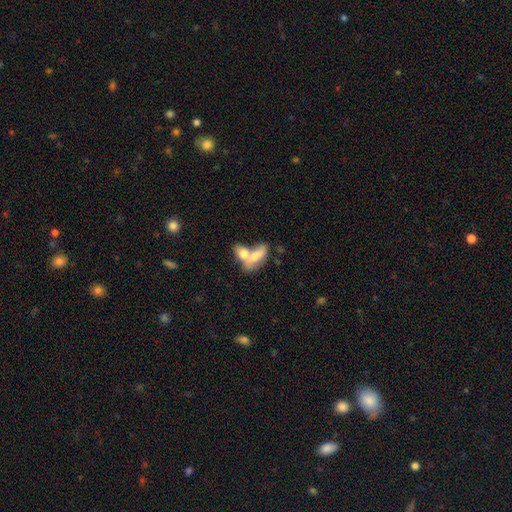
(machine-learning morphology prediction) Smooth or featured?
  - smooth: 69% *
  - featured or disk: 25%
  - star or artifact: 7%
How rounded?
  - in between: 81% *
  - cigar-shaped: 13%
  - round: 6%
Merging?
  - merger: 67% *
  - none: 19%
  - minor disturbance: 8%
  - major disturbance: 6%